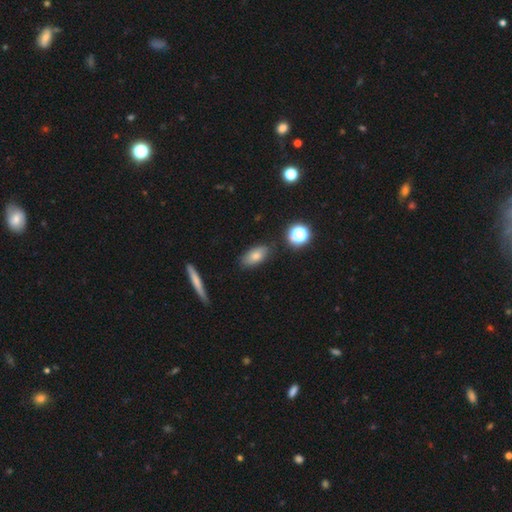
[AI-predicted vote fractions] smooth-or-featured: smooth: 76% | featured or disk: 13% | star or artifact: 10%
  how-rounded: in between: 85% | cigar-shaped: 8% | round: 7%
  merging: none: 82% | minor disturbance: 12% | merger: 3% | major disturbance: 3%